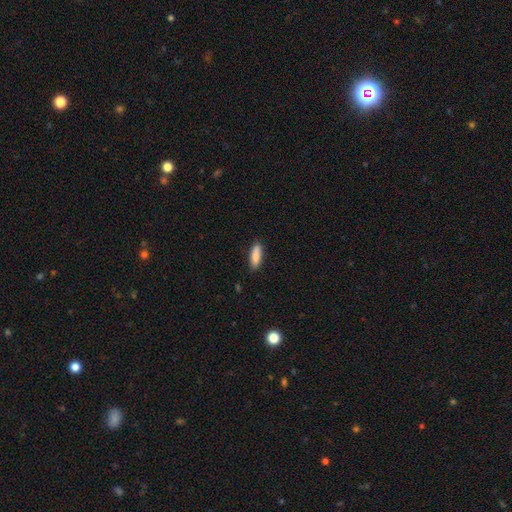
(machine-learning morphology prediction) smooth-or-featured: smooth: 86% | featured or disk: 8% | star or artifact: 6%
  how-rounded: cigar-shaped: 50% | in between: 49% | round: 2%
  merging: none: 85% | minor disturbance: 11% | major disturbance: 2% | merger: 1%